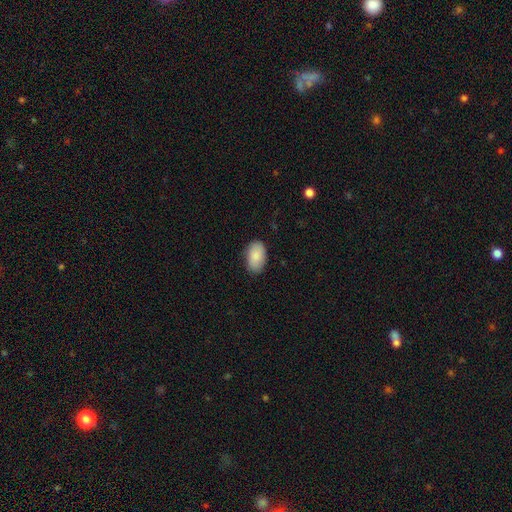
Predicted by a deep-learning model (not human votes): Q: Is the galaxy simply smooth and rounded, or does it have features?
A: smooth — 89%.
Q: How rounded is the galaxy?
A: in between — 93%.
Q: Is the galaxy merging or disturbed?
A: none — 83%.